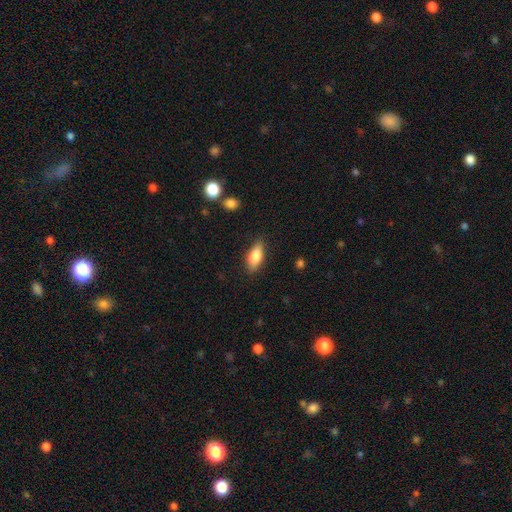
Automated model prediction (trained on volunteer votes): smooth 78%, featured or disk 15%, star or artifact 7%. Down the decision tree: how rounded — in between (78%); merging — none (82%).